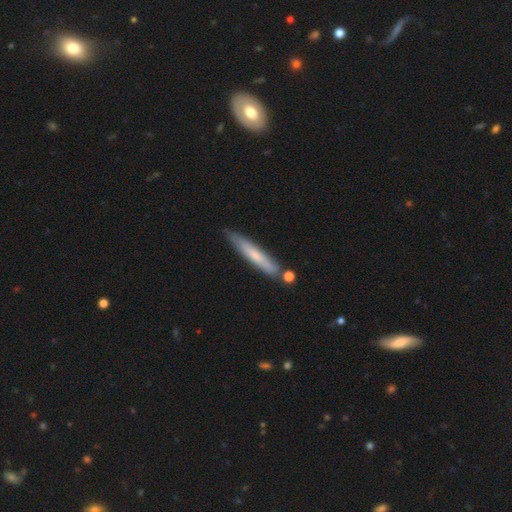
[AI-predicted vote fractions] Q: Smooth or featured?
A: smooth (60%); runner-up: featured or disk (34%)
Q: How rounded?
A: cigar-shaped (92%); runner-up: in between (6%)
Q: Merging?
A: none (75%); runner-up: minor disturbance (15%)